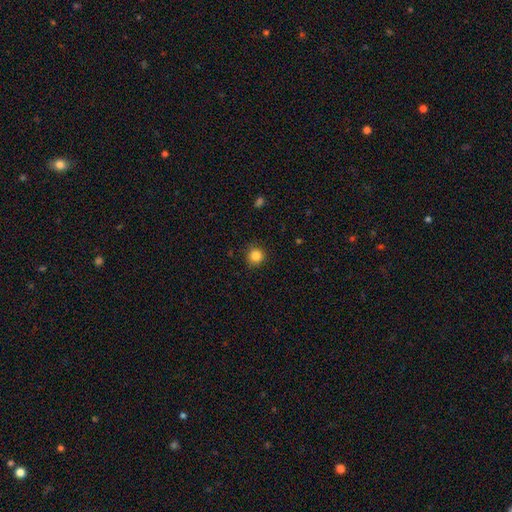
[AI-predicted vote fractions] Morphology: type=smooth (85%); roundness=round (94%); merging=none (89%).